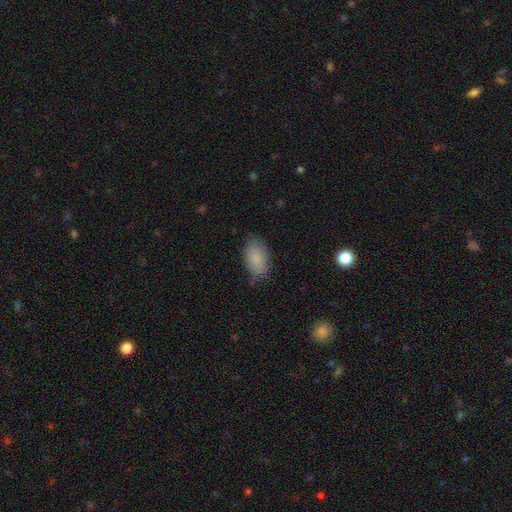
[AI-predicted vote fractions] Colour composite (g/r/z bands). It shows a smooth galaxy with no disk features (86%) that is in between round and cigar-shaped (92%). Merging: none (80%).